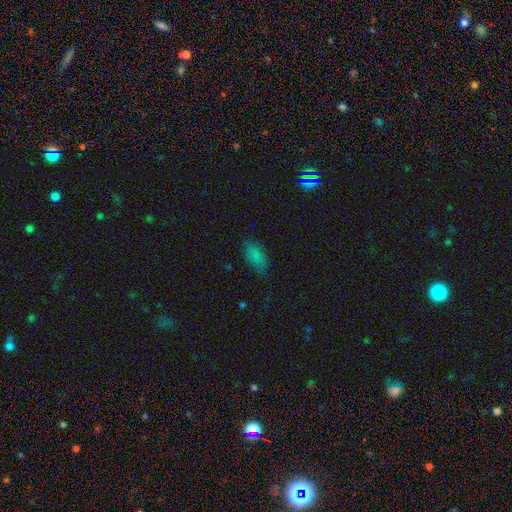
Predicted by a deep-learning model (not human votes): A smooth galaxy with no disk features (82%) that is in between round and cigar-shaped (88%). Merging: none (78%).